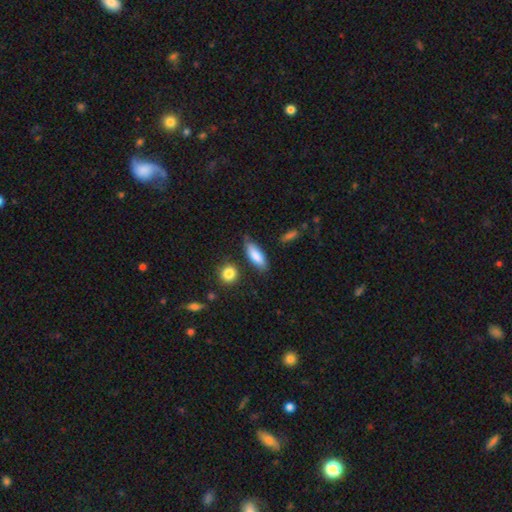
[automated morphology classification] smooth_or_featured: smooth (p=0.84) [alt: featured or disk p=0.10]
how_rounded: in between (p=0.65) [alt: cigar-shaped p=0.32]
merging: none (p=0.75) [alt: minor disturbance p=0.18]